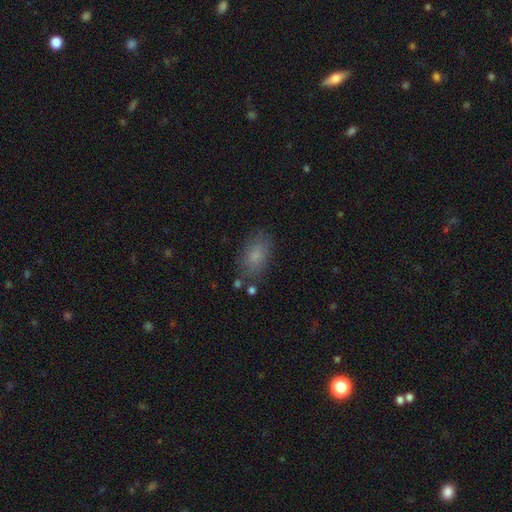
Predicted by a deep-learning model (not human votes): A smooth galaxy with no disk features (80%) that is in between round and cigar-shaped (89%).

Vote fractions:
- Smooth or featured? smooth: 80% / featured or disk: 11% / star or artifact: 10%
- How rounded? in between: 89% / round: 8% / cigar-shaped: 3%
- Merging? none: 77% / minor disturbance: 15% / major disturbance: 5% / merger: 3%